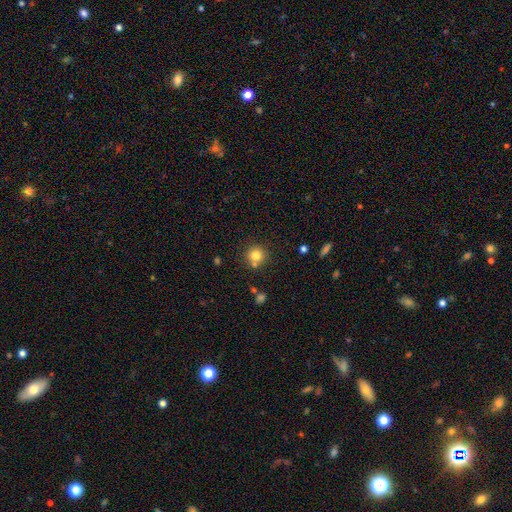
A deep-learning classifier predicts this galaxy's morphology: Smooth or featured? Predicted: smooth (p=0.79). How rounded? Predicted: round (p=0.93). Merging? Predicted: none (p=0.73).